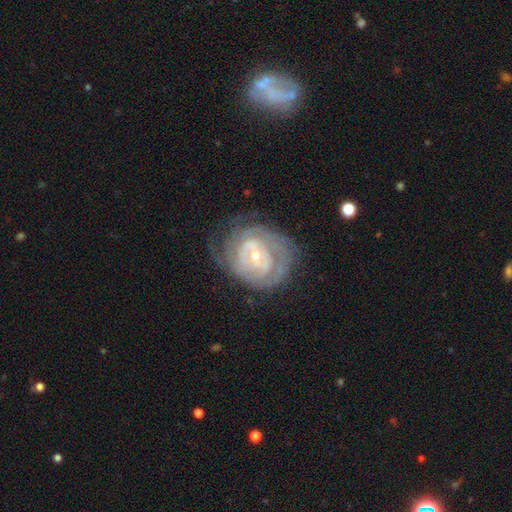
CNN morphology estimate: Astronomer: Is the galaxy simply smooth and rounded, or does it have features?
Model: featured or disk — 84%.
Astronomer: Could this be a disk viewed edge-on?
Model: no — 97%.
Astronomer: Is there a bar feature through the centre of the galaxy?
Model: no — 47% (runner-up: weak, 38%).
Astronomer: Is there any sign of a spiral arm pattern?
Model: yes — 89%.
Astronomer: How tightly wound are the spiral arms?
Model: tight — 74%.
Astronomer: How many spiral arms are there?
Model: can't tell — 45% (runner-up: 2, 23%).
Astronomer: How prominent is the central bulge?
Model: small — 66%.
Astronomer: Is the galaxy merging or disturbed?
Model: none — 64%.